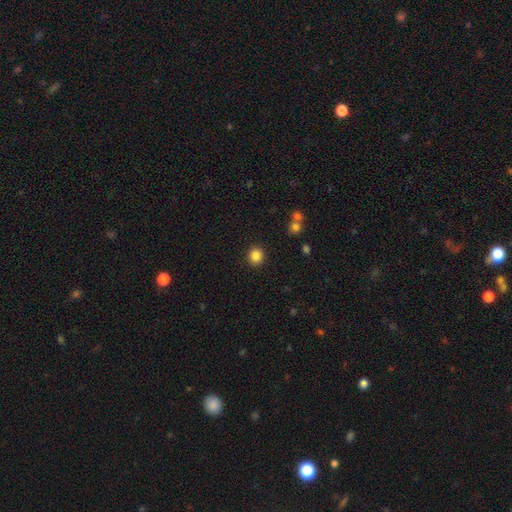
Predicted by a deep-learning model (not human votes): Morphology: type=smooth (85%); roundness=round (86%); merging=none (91%).